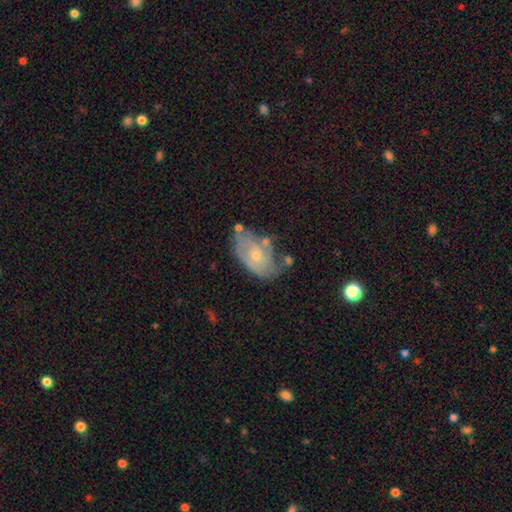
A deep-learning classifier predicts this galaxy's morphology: Smooth or featured? featured or disk (63%)
Edge-on disk? no (95%)
Bar? no (78%)
Spiral arms? yes (68%)
Bulge size? small (68%)
Merging? none (49%)